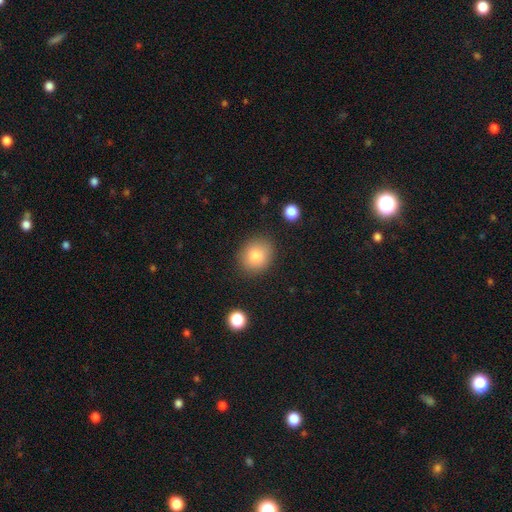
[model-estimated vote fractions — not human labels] Smooth or featured? Predicted: smooth (p=0.81). How rounded? Predicted: round (p=0.73). Merging? Predicted: none (p=0.86).